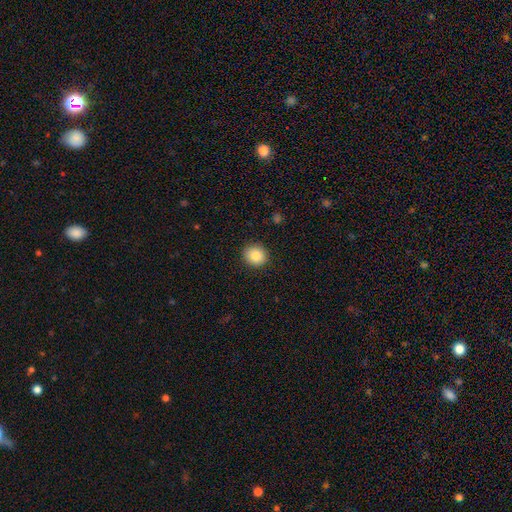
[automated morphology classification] A smooth galaxy with no disk features (85%) that is round (82%). Merging: none (90%).